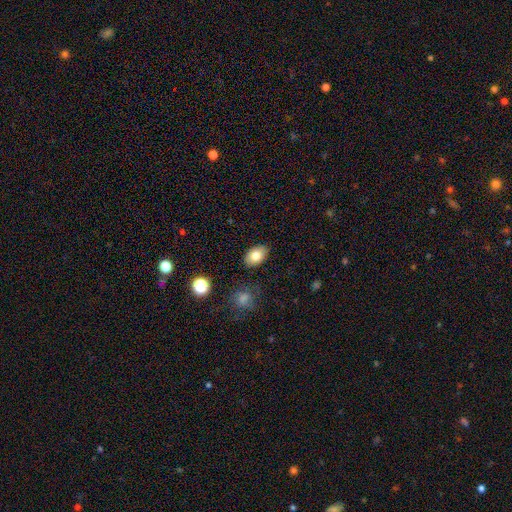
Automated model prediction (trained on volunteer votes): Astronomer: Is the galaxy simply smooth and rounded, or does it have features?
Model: smooth — 80%.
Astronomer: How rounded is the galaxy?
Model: in between — 85%.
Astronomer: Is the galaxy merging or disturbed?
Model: none — 85%.